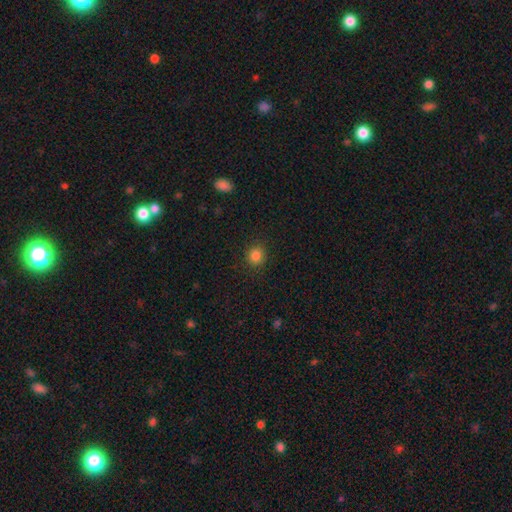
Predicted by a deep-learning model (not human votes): This appears to be a smooth galaxy with no disk features (84%) that is round (88%). Merging: none (90%).